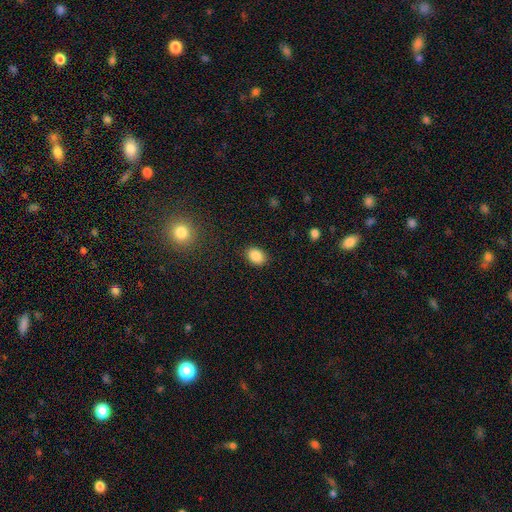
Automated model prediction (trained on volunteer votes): The model was most divided on "how rounded": in between: 68%, round: 31%, cigar-shaped: 1%. More confident: merging — none (87%); smooth or featured — smooth (87%).